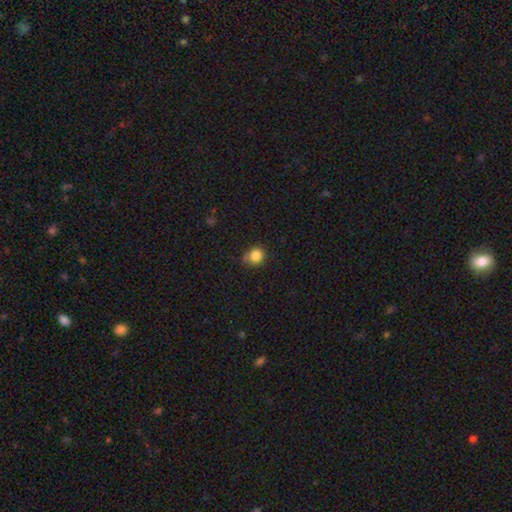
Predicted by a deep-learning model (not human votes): Smooth or featured: smooth — 84% (star or artifact — 11%)
How rounded: round — 82% (in between — 17%)
Merging: none — 64% (minor disturbance — 26%)